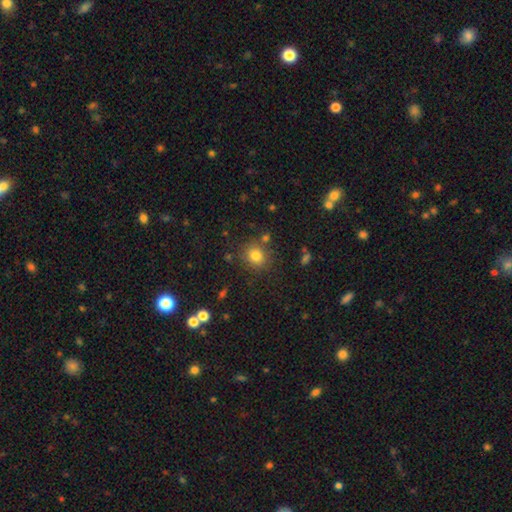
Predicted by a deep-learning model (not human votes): Smooth or featured?
  - smooth: 79% *
  - star or artifact: 14%
  - featured or disk: 7%
How rounded?
  - round: 83% *
  - in between: 16%
  - cigar-shaped: 1%
Merging?
  - none: 81% *
  - minor disturbance: 10%
  - merger: 6%
  - major disturbance: 4%